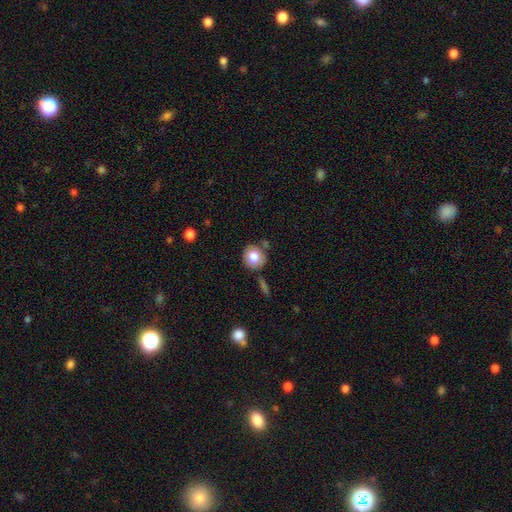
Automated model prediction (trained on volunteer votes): The model was most divided on "merging": none: 77%, minor disturbance: 13%, merger: 7%, major disturbance: 3%. More confident: how rounded — round (86%); smooth or featured — smooth (79%).